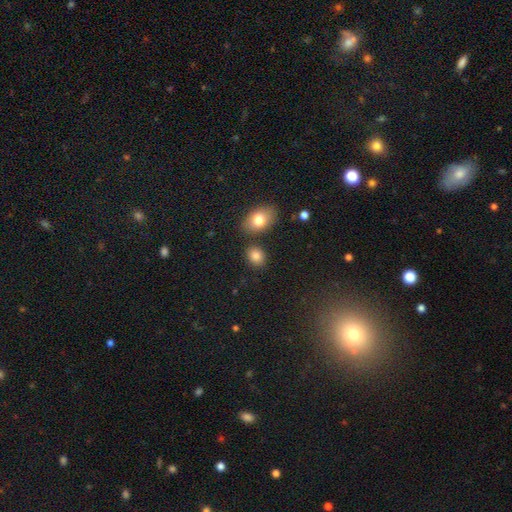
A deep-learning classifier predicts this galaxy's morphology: The model was most divided on "how rounded": in between: 55%, round: 44%, cigar-shaped: 1%. More confident: smooth or featured — smooth (82%); merging — none (79%).